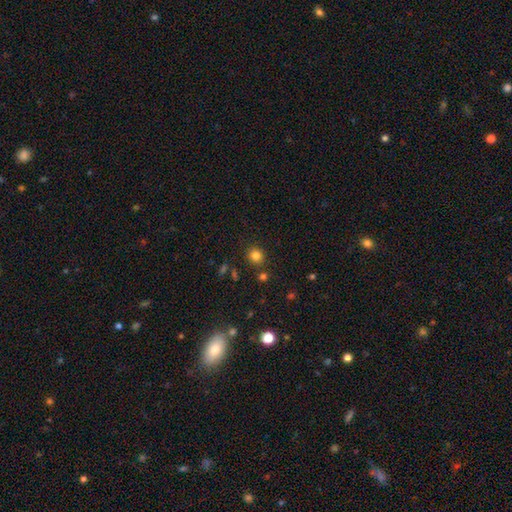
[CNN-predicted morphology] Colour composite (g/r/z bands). It shows a smooth galaxy with no disk features (81%) that is round (84%). Merging: none (84%).